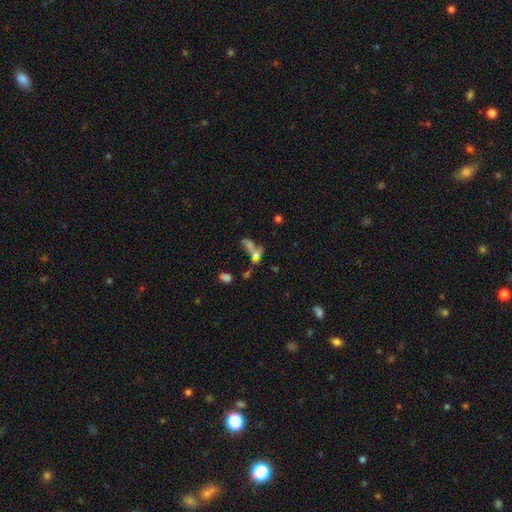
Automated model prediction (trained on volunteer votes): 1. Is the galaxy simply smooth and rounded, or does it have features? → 39% star or artifact, 37% smooth, 24% featured or disk.